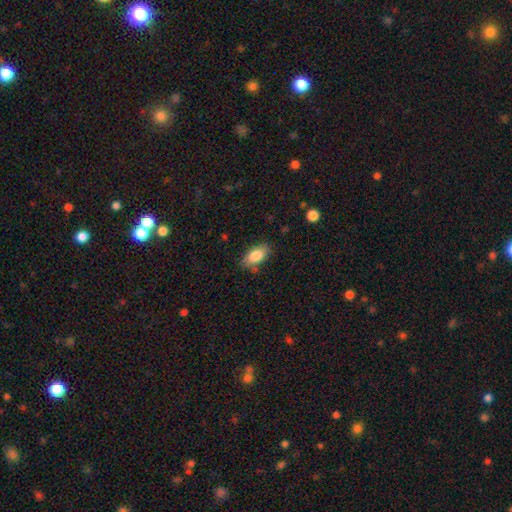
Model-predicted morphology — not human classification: Q: Smooth or featured?
A: smooth (83%); runner-up: featured or disk (10%)
Q: How rounded?
A: in between (91%); runner-up: cigar-shaped (5%)
Q: Merging?
A: none (77%); runner-up: minor disturbance (18%)